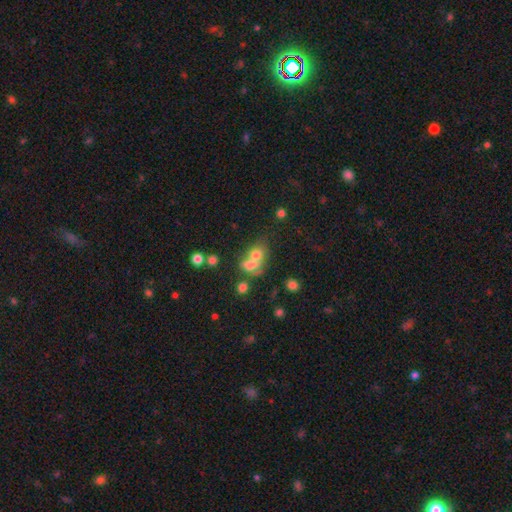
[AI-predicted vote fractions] A smooth galaxy with no disk features (59%) that is round (53%). Merging: merger (56%).